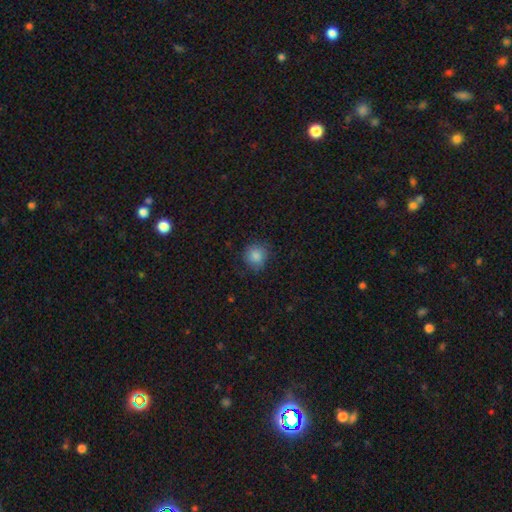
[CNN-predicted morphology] Q: Smooth or featured?
A: smooth (85%); runner-up: star or artifact (9%)
Q: How rounded?
A: round (87%); runner-up: in between (12%)
Q: Merging?
A: none (79%); runner-up: minor disturbance (16%)